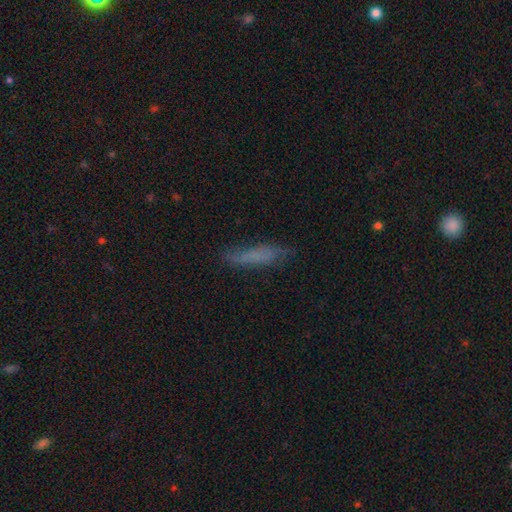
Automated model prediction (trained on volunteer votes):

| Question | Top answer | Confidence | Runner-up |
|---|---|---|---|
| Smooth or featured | smooth | 62% | featured or disk (27%) |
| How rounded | cigar-shaped | 83% | in between (15%) |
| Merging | none | 69% | minor disturbance (22%) |